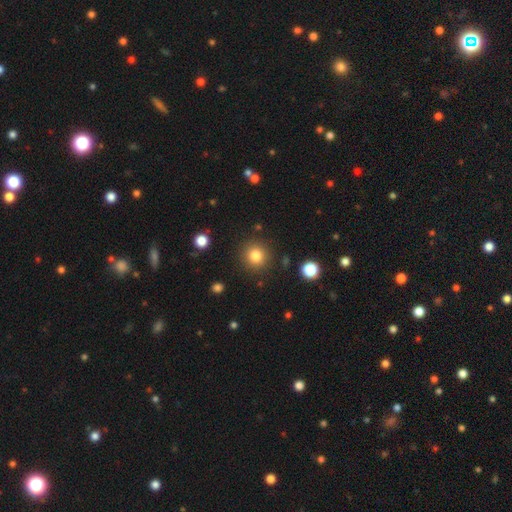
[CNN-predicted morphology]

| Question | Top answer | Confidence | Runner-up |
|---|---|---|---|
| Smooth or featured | smooth | 82% | star or artifact (12%) |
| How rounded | round | 93% | in between (6%) |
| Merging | none | 89% | minor disturbance (6%) |